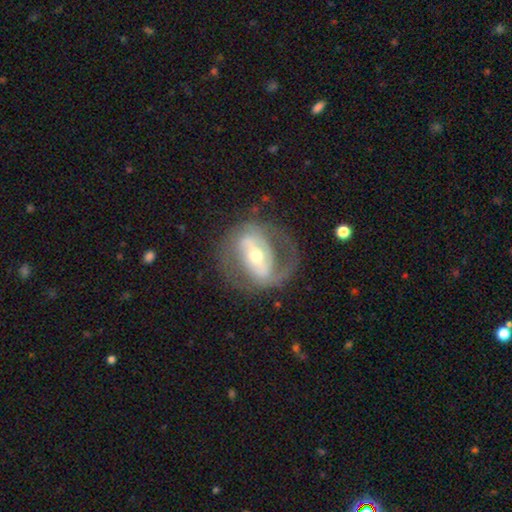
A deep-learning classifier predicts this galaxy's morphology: Smooth or featured? featured or disk (80%)
Edge-on disk? no (95%)
Bar? strong (51%)
Spiral arms? yes (78%)
Spiral winding? medium (44%)
Spiral arm count? 2 (72%)
Bulge size? moderate (60%)
Merging? none (64%)